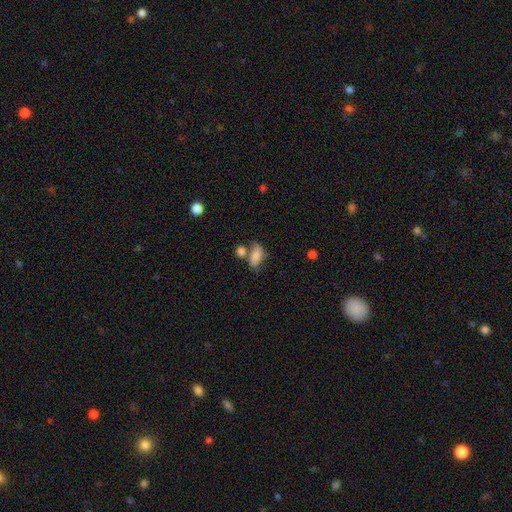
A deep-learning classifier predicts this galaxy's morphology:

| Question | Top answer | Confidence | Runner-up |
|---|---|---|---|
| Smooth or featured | smooth | 76% | featured or disk (15%) |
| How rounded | in between | 83% | cigar-shaped (10%) |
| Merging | none | 41% | merger (32%) |